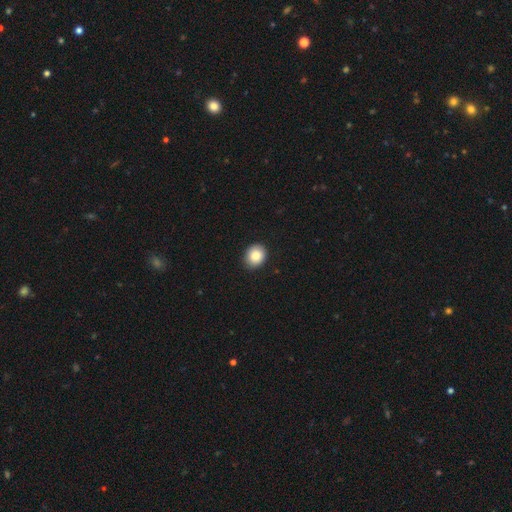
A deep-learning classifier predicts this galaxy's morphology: The model was most divided on "how rounded": round: 60%, in between: 39%, cigar-shaped: 1%. More confident: merging — none (89%); smooth or featured — smooth (85%).